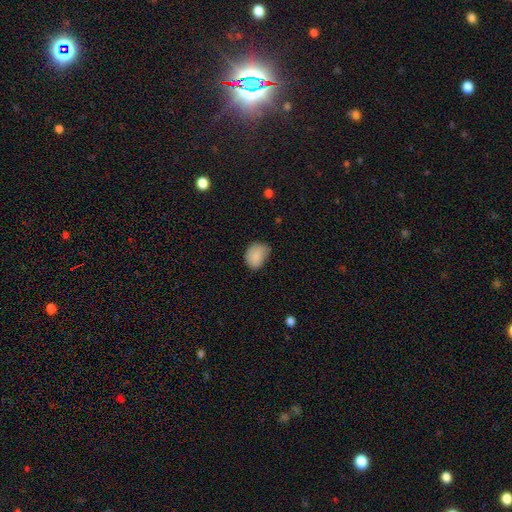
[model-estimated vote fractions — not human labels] Smooth or featured? smooth (86%)
How rounded? in between (66%)
Merging? none (50%)